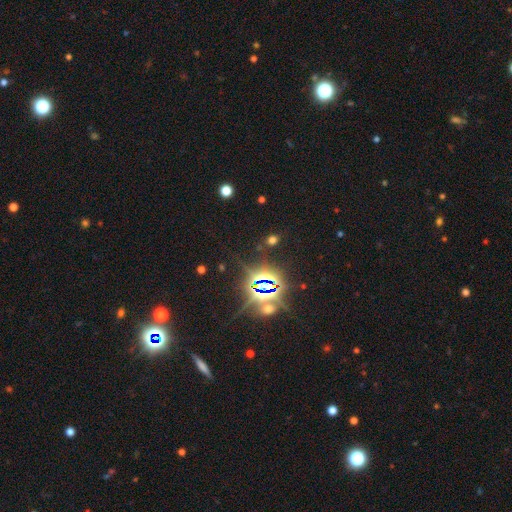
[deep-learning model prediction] Smooth or featured? Predicted: star or artifact (p=0.81).